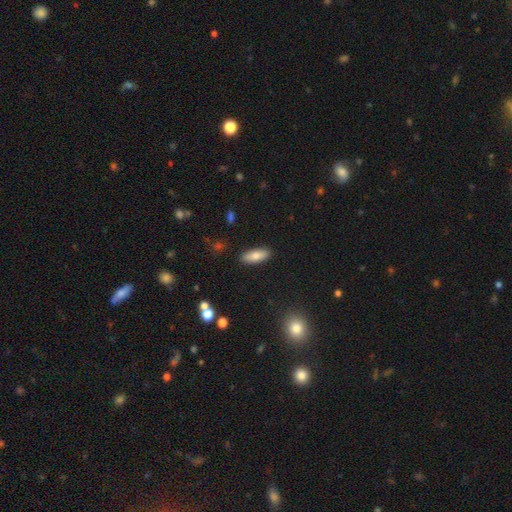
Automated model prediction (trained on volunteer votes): This appears to be a smooth galaxy with no disk features (80%) that is in between round and cigar-shaped (75%). Merging: none (89%).